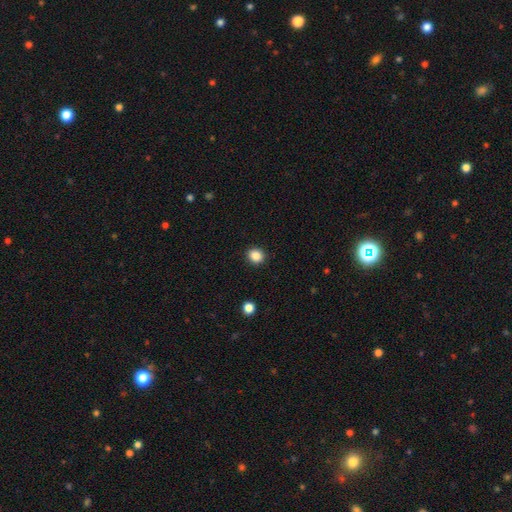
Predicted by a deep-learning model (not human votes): Smooth or featured?
  - smooth: 86% *
  - star or artifact: 10%
  - featured or disk: 3%
How rounded?
  - round: 76% *
  - in between: 23%
  - cigar-shaped: 1%
Merging?
  - none: 91% *
  - minor disturbance: 6%
  - major disturbance: 2%
  - merger: 1%